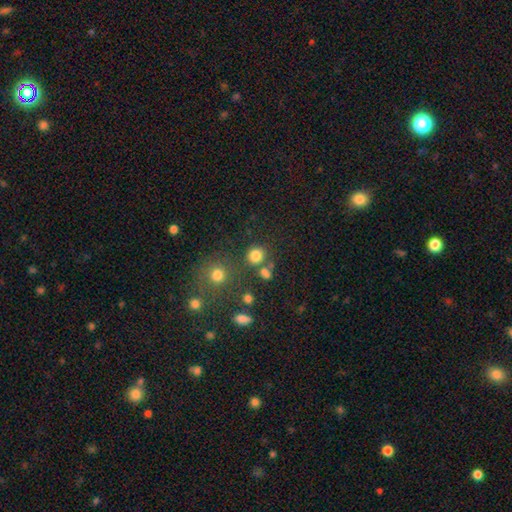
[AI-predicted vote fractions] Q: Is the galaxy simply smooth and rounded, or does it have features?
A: smooth — 79%.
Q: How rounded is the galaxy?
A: round — 88%.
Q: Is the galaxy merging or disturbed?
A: none — 72%.